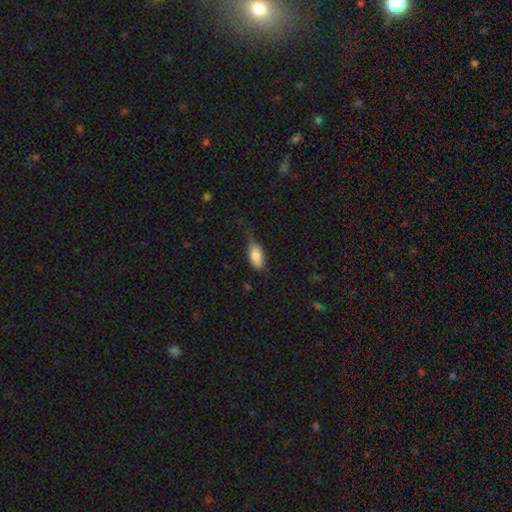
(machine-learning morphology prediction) A smooth galaxy with no disk features (81%) that is in between round and cigar-shaped (87%). Merging: minor disturbance (41%).